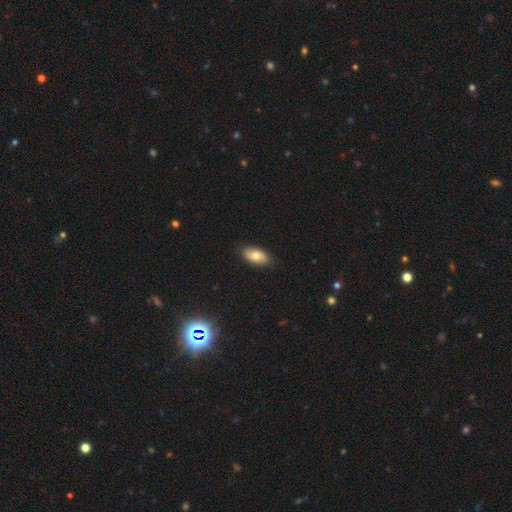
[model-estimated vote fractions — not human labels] A smooth galaxy with no disk features (78%) that is in between round and cigar-shaped (93%). Merging: none (87%).